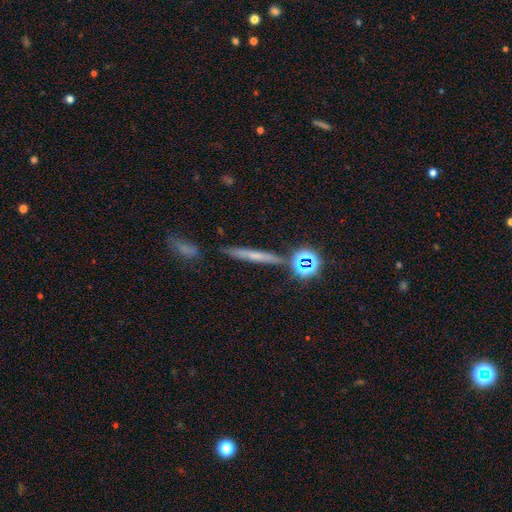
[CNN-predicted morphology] Smooth or featured? smooth (50%)
Merging? none (80%)